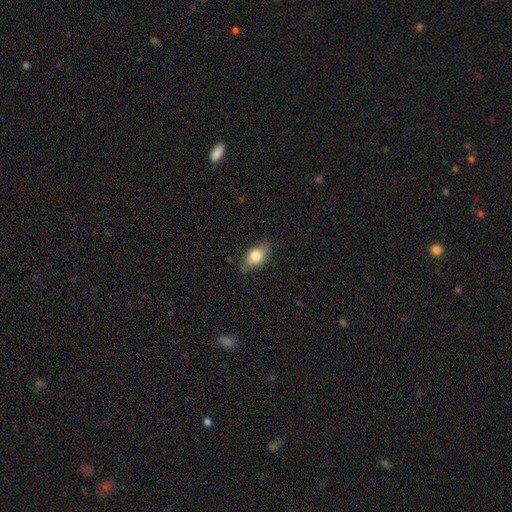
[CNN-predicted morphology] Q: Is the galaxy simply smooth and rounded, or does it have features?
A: smooth — 75%.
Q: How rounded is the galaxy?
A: in between — 86%.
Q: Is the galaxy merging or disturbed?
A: none — 76%.